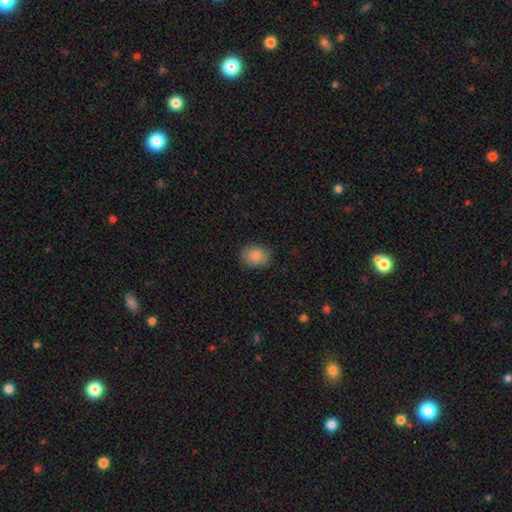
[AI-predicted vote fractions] Smooth or featured? smooth (86%)
How rounded? in between (54%)
Merging? none (84%)